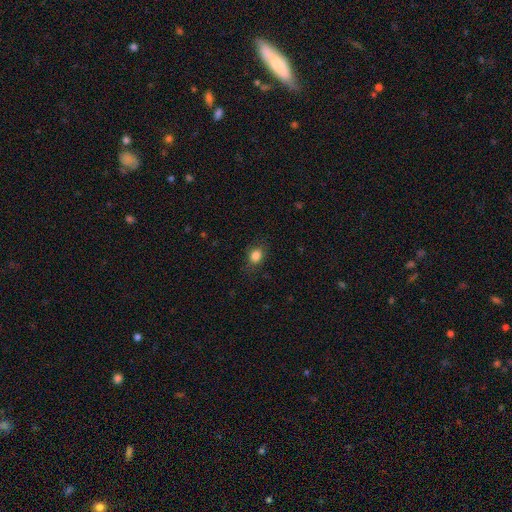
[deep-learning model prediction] Q: Smooth or featured?
A: smooth (84%); runner-up: star or artifact (11%)
Q: How rounded?
A: round (50%); runner-up: in between (49%)
Q: Merging?
A: none (82%); runner-up: minor disturbance (13%)